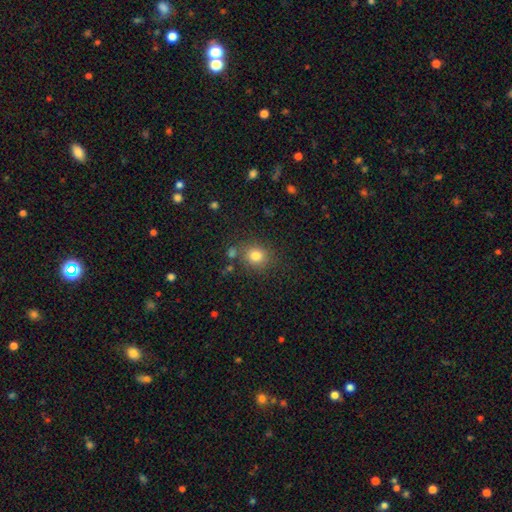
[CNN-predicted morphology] This appears to be a smooth galaxy with no disk features (80%) that is round (80%). Merging: none (79%).